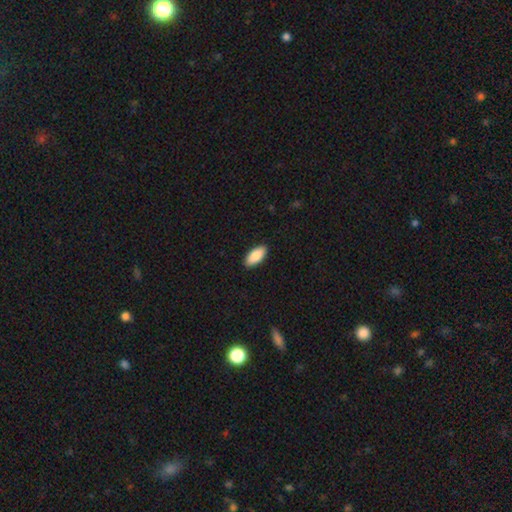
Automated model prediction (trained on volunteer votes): Morphology: type=smooth (88%); roundness=in between (91%); merging=none (90%).